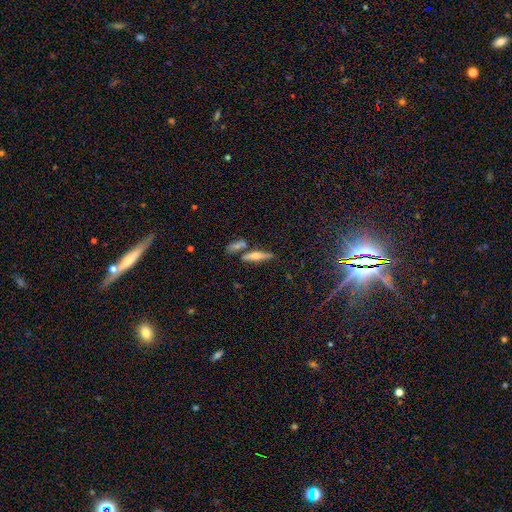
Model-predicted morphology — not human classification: This is possibly a featured or disk galaxy (56%). It is clearly viewed edge-on (94%). Edge-on bulge: clearly rounded (89%). Merging: likely none (69%).